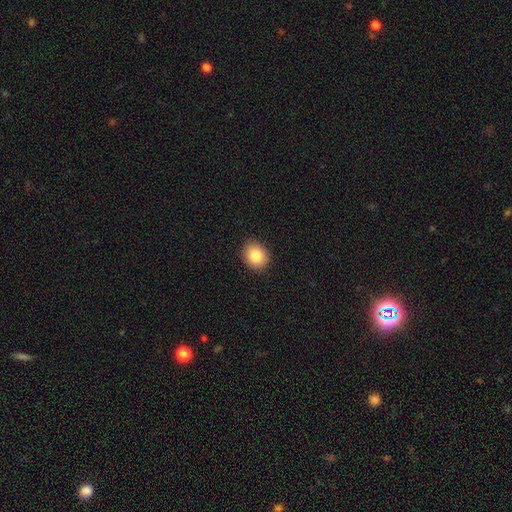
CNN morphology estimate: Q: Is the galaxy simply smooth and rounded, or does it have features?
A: smooth — 84%.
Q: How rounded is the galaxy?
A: round — 64%.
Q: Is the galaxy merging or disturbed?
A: none — 90%.